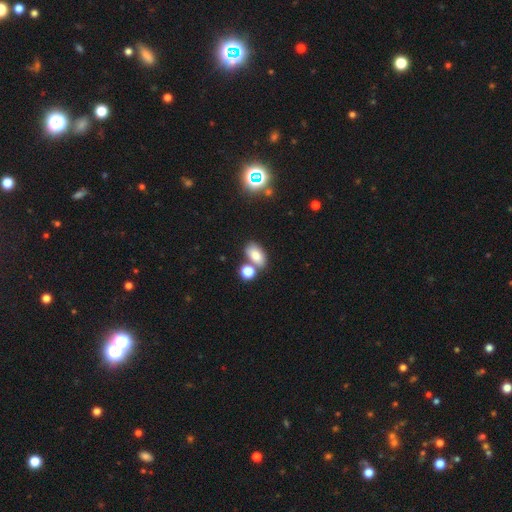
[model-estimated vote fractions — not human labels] This appears to be a smooth galaxy with no disk features (79%) that is in between round and cigar-shaped (87%). Merging: none (61%).